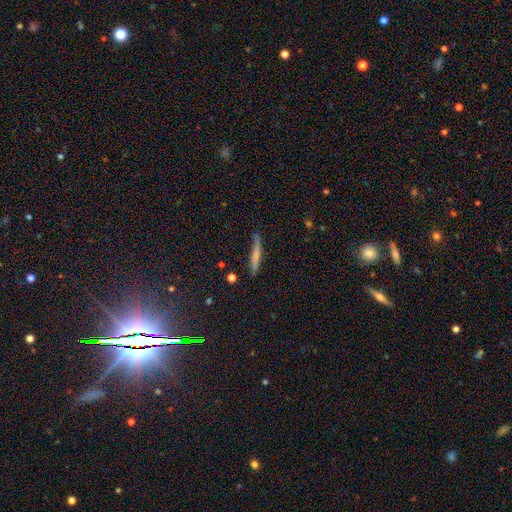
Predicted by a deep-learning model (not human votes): A smooth galaxy with no disk features (65%) that is cigar-shaped (94%). Merging: none (74%).